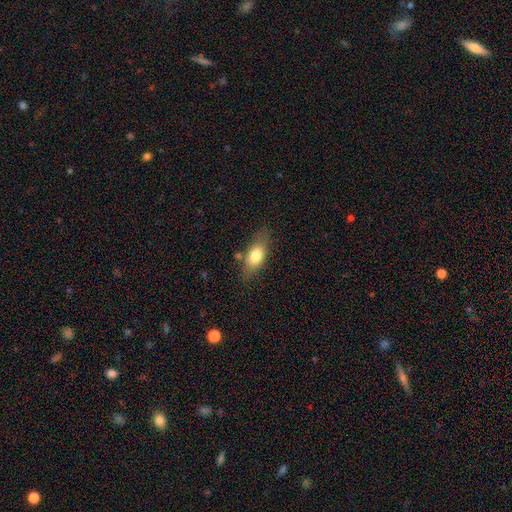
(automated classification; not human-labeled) Smooth or featured? Predicted: smooth (p=0.74). How rounded? Predicted: in between (p=0.82). Merging? Predicted: none (p=0.71).